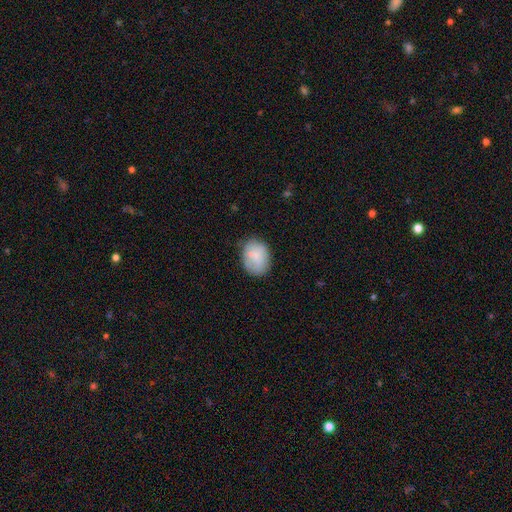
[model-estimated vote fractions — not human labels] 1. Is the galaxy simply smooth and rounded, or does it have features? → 76% smooth, 17% featured or disk, 7% star or artifact.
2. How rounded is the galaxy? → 63% in between, 36% round, 1% cigar-shaped.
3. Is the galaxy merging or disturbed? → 65% none, 24% minor disturbance, 7% major disturbance, 4% merger.